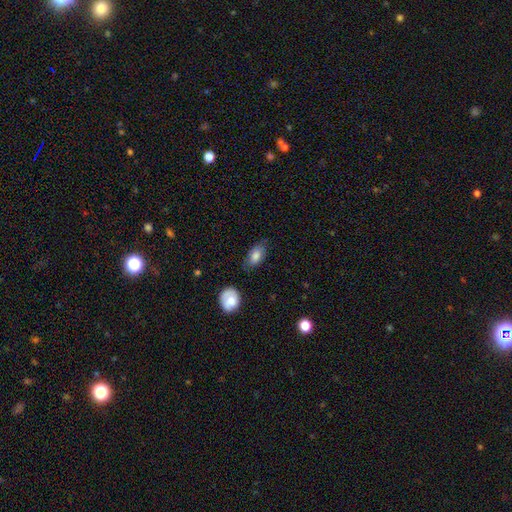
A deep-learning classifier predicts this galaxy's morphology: Smooth or featured?
  - smooth: 79% *
  - featured or disk: 14%
  - star or artifact: 7%
How rounded?
  - in between: 90% *
  - round: 6%
  - cigar-shaped: 4%
Merging?
  - none: 67% *
  - minor disturbance: 24%
  - major disturbance: 5%
  - merger: 3%